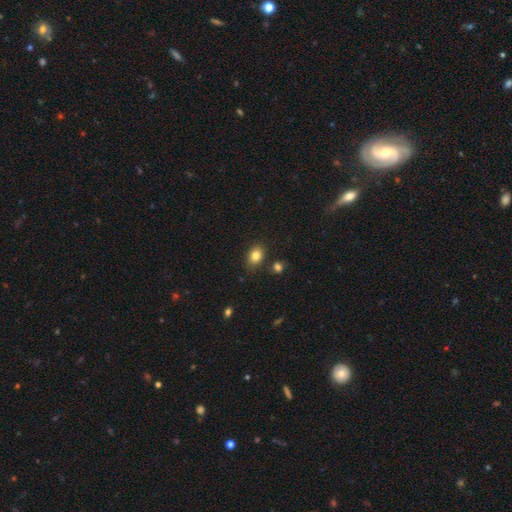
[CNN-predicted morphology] smooth_or_featured: smooth (p=0.82) [alt: star or artifact p=0.11]
how_rounded: in between (p=0.66) [alt: round p=0.33]
merging: none (p=0.81) [alt: minor disturbance p=0.12]